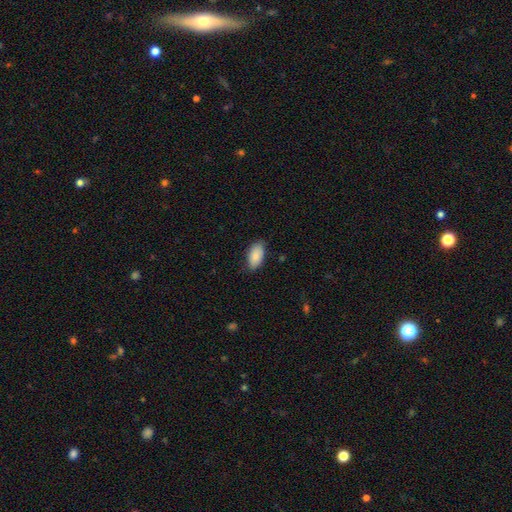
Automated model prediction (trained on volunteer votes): Smooth or featured? Predicted: smooth (p=0.86). How rounded? Predicted: in between (p=0.94). Merging? Predicted: none (p=0.78).